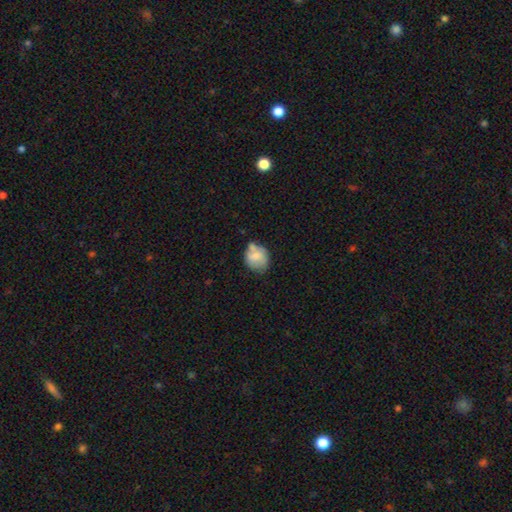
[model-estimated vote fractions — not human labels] This appears to be a smooth galaxy with no disk features (69%) that is round (64%). Merging: none (46%).